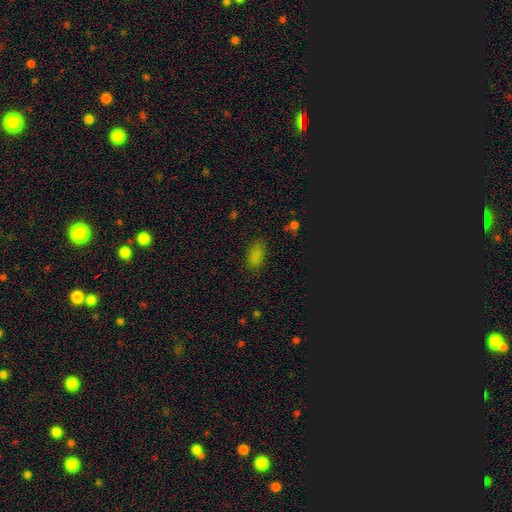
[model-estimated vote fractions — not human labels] Smooth or featured? Predicted: smooth (p=0.79). How rounded? Predicted: in between (p=0.89). Merging? Predicted: none (p=0.77).